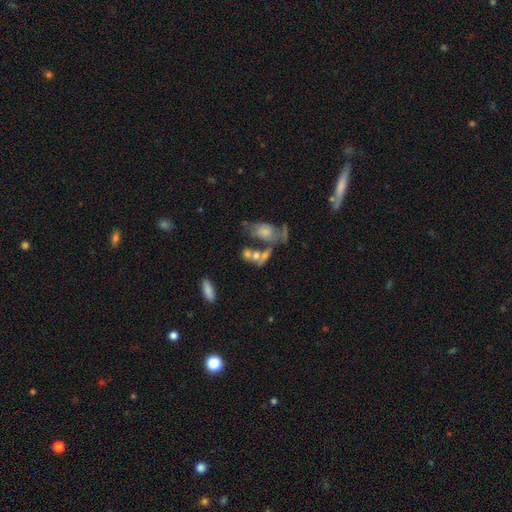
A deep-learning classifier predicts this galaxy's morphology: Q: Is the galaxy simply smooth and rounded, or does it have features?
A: smooth — 57%.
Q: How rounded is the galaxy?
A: in between — 73%.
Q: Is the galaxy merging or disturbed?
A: merger — 46%.